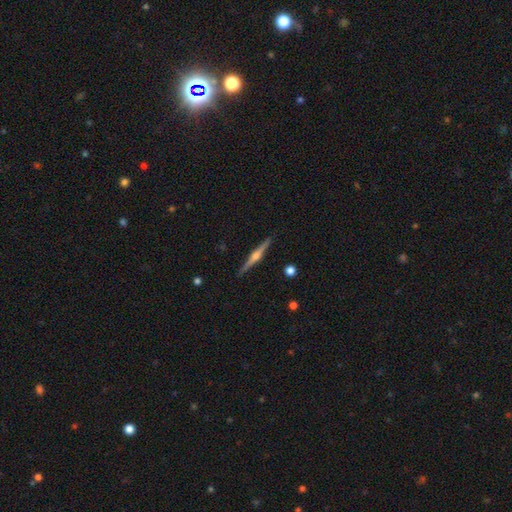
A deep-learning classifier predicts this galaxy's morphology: This is likely a featured or disk galaxy (78%). It is clearly viewed edge-on (98%). Edge-on bulge: clearly rounded (93%). Merging: clearly none (91%).